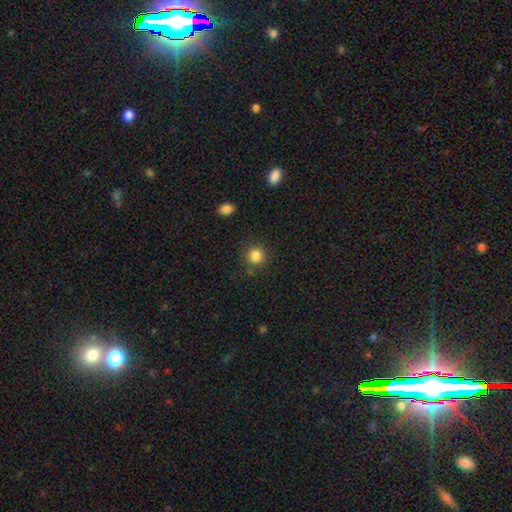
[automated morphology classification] Smooth or featured?
  - smooth: 85% *
  - star or artifact: 11%
  - featured or disk: 4%
How rounded?
  - round: 92% *
  - in between: 7%
  - cigar-shaped: 1%
Merging?
  - none: 86% *
  - minor disturbance: 8%
  - merger: 3%
  - major disturbance: 3%